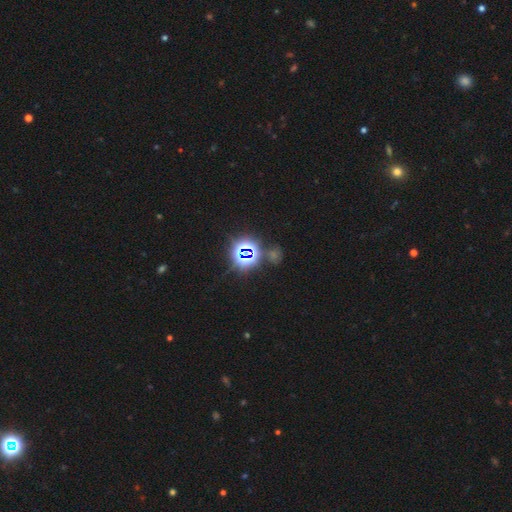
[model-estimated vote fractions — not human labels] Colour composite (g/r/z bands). It shows a star or artifact, not a galaxy (75%).